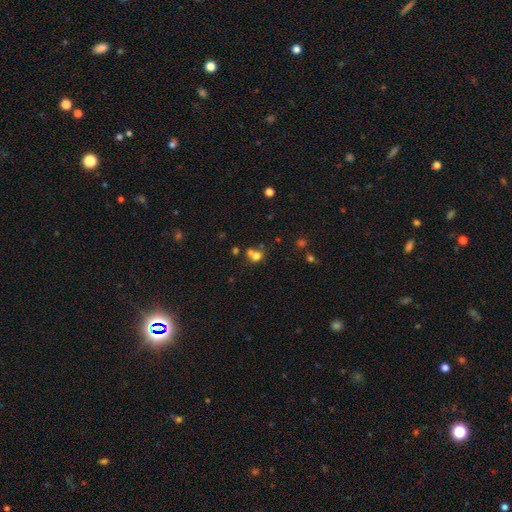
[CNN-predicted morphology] Smooth or featured?
  - smooth: 71% *
  - star or artifact: 16%
  - featured or disk: 13%
How rounded?
  - round: 73% *
  - in between: 26%
  - cigar-shaped: 1%
Merging?
  - merger: 45% *
  - none: 39%
  - minor disturbance: 10%
  - major disturbance: 6%